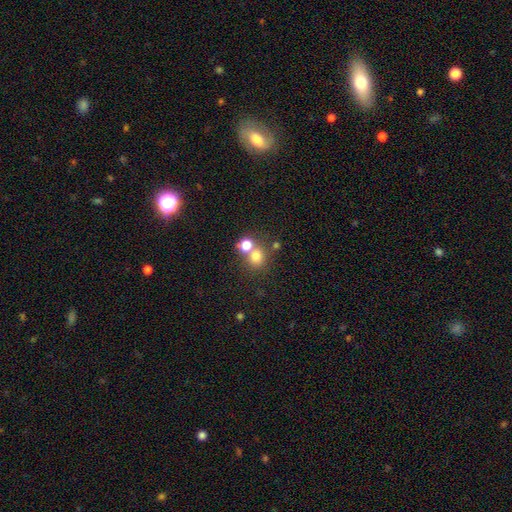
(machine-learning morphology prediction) type=smooth (72%); roundness=round (82%); merging=none (54%).